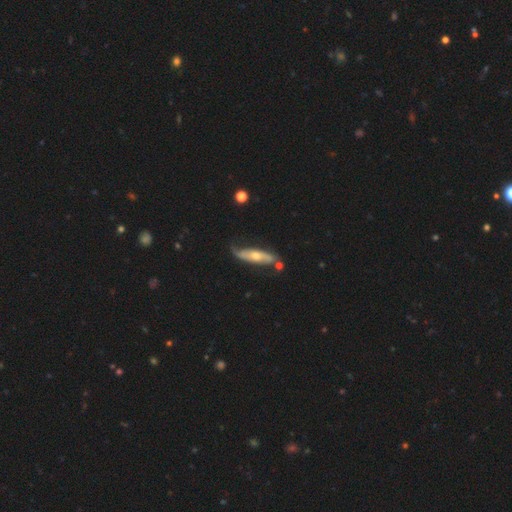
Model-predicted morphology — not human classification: featured or disk 64%, smooth 30%, star or artifact 5%. Down the decision tree: edge-on disk — no (60%); merging — none (58%).